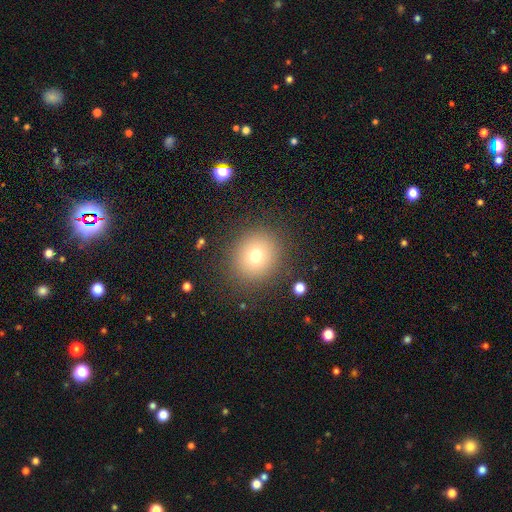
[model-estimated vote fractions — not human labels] Smooth or featured? Predicted: smooth (p=0.73). How rounded? Predicted: round (p=0.88). Merging? Predicted: none (p=0.86).